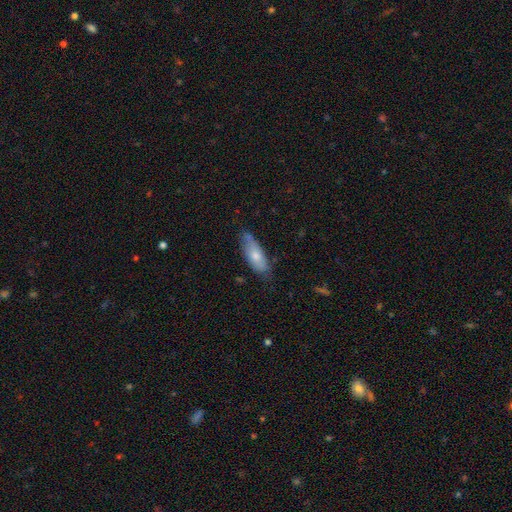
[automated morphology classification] A smooth galaxy with no disk features (71%) that is in between round and cigar-shaped (71%). Merging: none (65%).